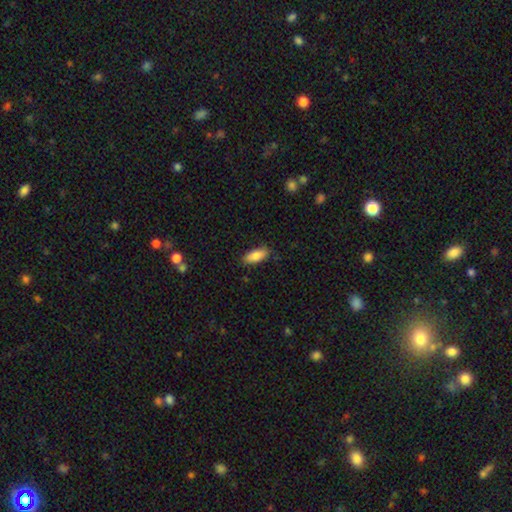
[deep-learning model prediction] Morphology: type=smooth (84%); roundness=in between (80%); merging=none (85%).